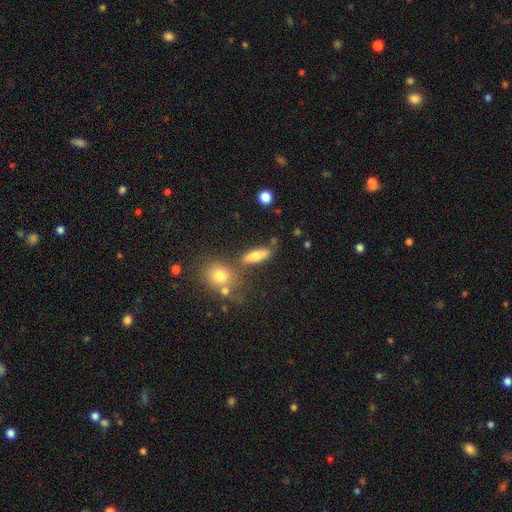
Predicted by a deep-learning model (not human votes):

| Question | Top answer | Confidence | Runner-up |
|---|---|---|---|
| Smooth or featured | smooth | 67% | featured or disk (22%) |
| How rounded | in between | 47% | tied: cigar-shaped (47%) |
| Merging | none | 66% | minor disturbance (14%) |